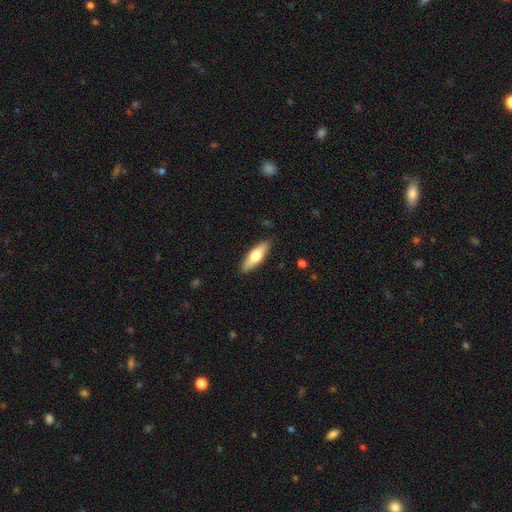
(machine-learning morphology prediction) smooth 60%, featured or disk 35%, star or artifact 5%. Down the decision tree: how rounded — cigar-shaped (51%); merging — none (88%).